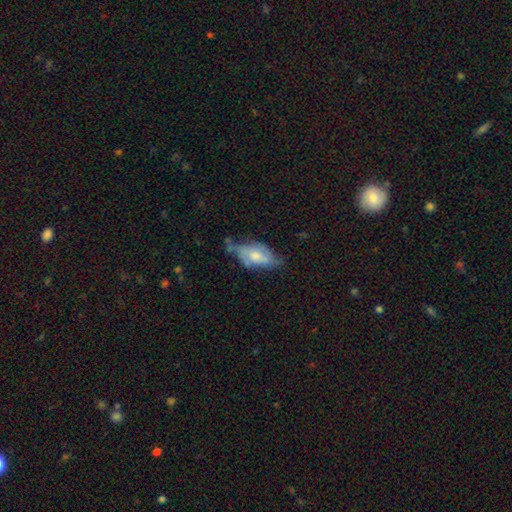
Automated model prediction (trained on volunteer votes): A smooth galaxy with no disk features (48%). Merging: minor disturbance (38%).